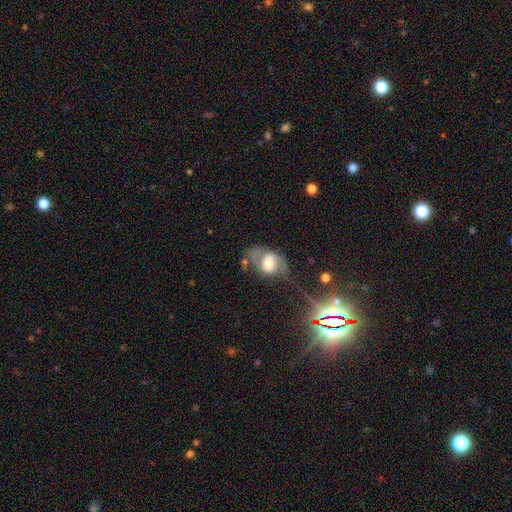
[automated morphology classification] The model was most divided on "bar": weak: 42%, no: 37%, strong: 21%. Remaining: edge-on disk — no (94%); spiral arms — yes (69%); smooth or featured — featured or disk (58%); bulge size — moderate (51%); merging — none (44%).